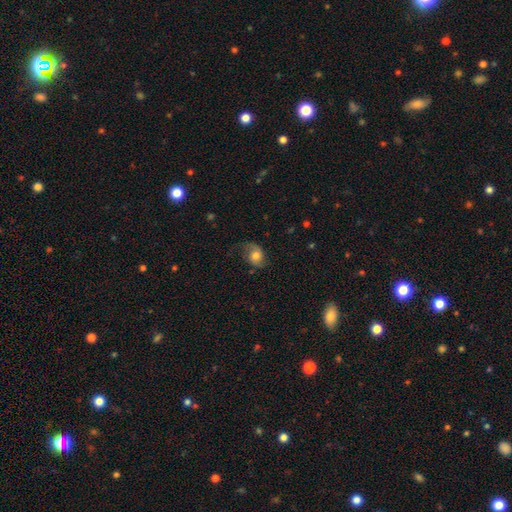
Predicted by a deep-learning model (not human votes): Smooth or featured? Predicted: smooth (p=0.52). How rounded? Predicted: in between (p=0.60). Merging? Predicted: none (p=0.55).